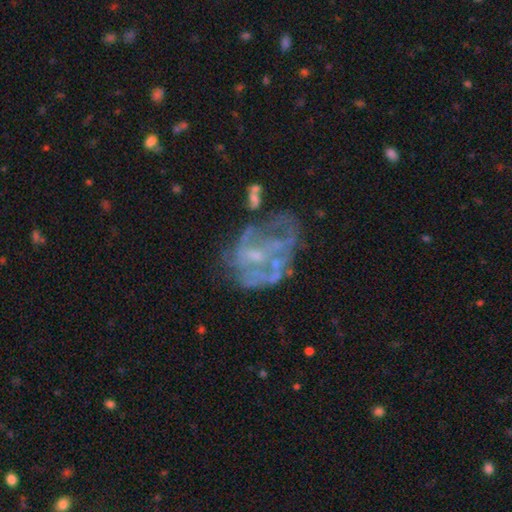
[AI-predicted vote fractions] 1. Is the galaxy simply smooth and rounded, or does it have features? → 73% featured or disk, 16% smooth, 11% star or artifact.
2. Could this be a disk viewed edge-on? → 98% no, 2% yes.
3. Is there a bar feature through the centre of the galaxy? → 68% no, 26% weak, 6% strong.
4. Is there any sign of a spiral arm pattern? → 63% no, 37% yes.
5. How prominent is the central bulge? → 48% small, 27% none, 22% moderate, 1% large, 1% dominant.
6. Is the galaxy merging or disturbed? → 36% none, 32% major disturbance, 22% minor disturbance, 10% merger.